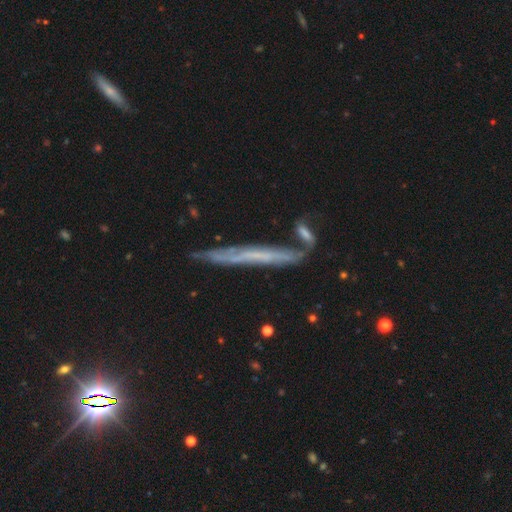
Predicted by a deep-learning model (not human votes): Q: Smooth or featured?
A: featured or disk (58%); runner-up: smooth (32%)
Q: Edge-on disk?
A: yes (86%); runner-up: no (14%)
Q: Merging?
A: none (64%); runner-up: minor disturbance (17%)